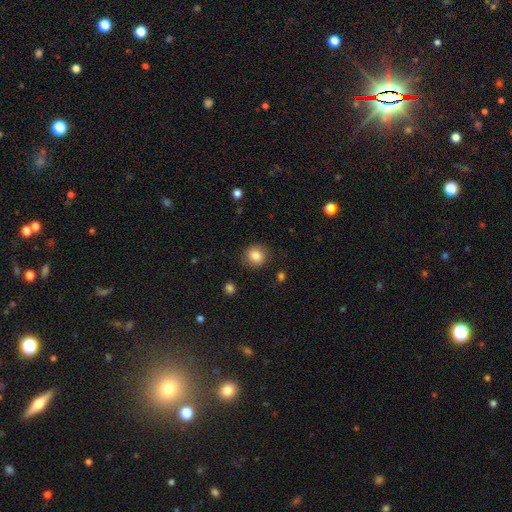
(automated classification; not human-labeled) This is clearly a smooth galaxy (84%). How rounded: clearly round (83%). Merging: clearly none (86%).